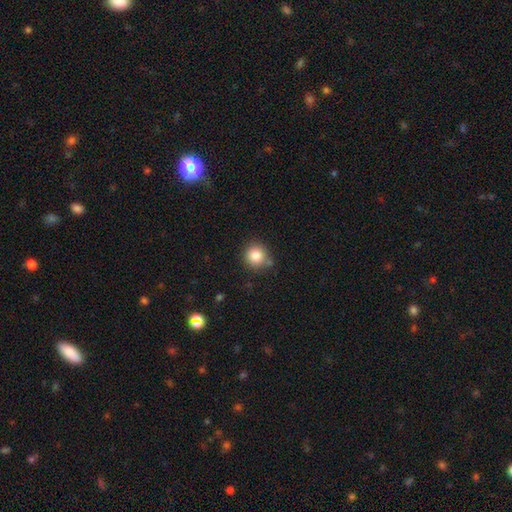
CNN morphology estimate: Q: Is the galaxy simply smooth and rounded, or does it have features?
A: smooth — 84%.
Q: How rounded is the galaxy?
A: round — 92%.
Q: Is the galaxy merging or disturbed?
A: none — 78%.